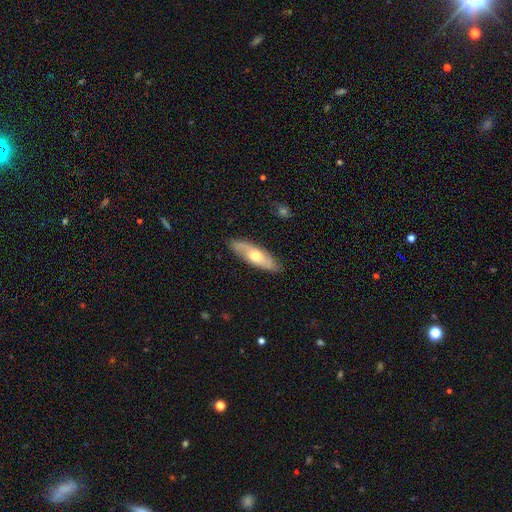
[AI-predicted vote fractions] A featured or disk galaxy (48%).

Vote fractions:
- Smooth or featured? featured or disk: 48% / smooth: 47% / star or artifact: 5%
- Merging? none: 83% / minor disturbance: 13% / major disturbance: 3% / merger: 1%